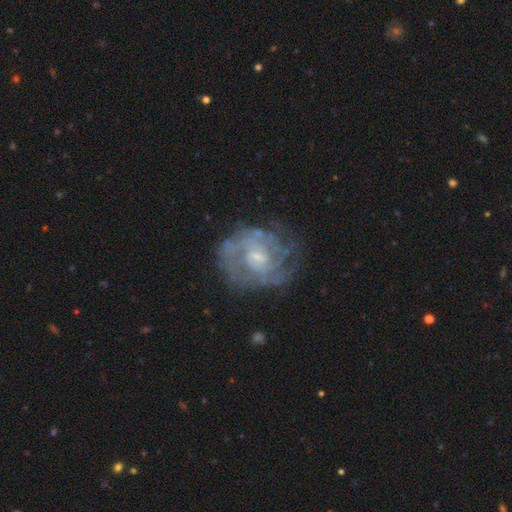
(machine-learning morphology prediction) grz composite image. It shows a featured or disk galaxy (77%) with no bar (61%), tight (57%) spiral arms (86%) and a small central bulge (51%). Merging: none (72%).